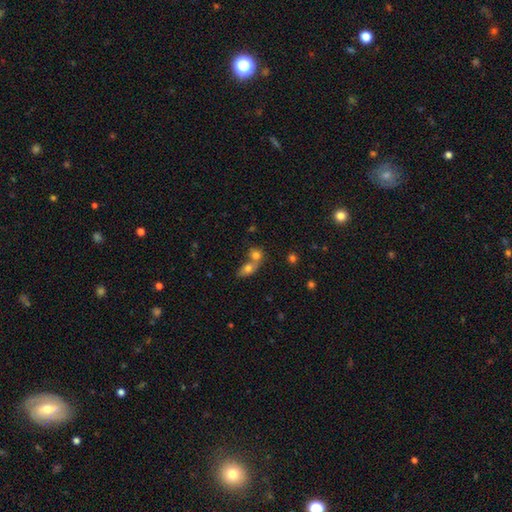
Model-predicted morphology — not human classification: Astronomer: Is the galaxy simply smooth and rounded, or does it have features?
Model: smooth — 76%.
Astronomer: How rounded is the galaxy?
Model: in between — 50% (runner-up: round, 47%).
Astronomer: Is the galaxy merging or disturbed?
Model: merger — 65%.